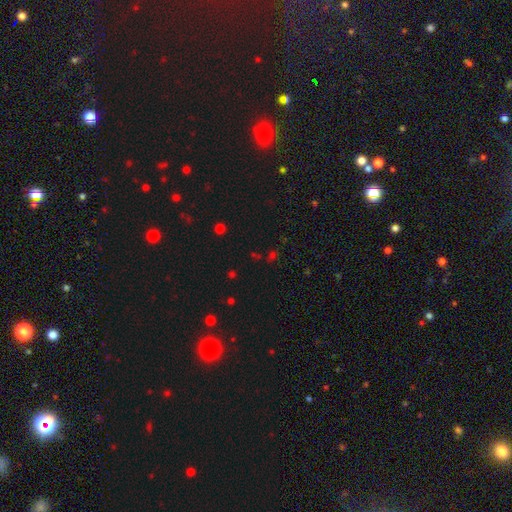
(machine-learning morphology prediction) type=star or artifact (54%).